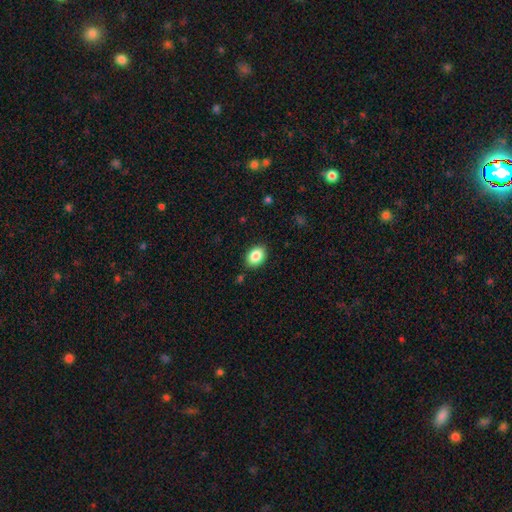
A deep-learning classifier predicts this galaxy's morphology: A smooth galaxy with no disk features (87%) that is in between round and cigar-shaped (79%).

Vote fractions:
- Smooth or featured? smooth: 87% / star or artifact: 8% / featured or disk: 5%
- How rounded? in between: 79% / round: 20% / cigar-shaped: 1%
- Merging? none: 87% / minor disturbance: 9% / major disturbance: 2% / merger: 1%